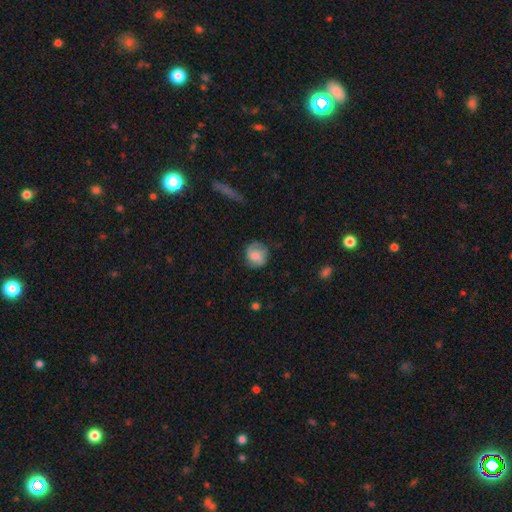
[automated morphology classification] Smooth or featured? smooth (58%)
How rounded? round (80%)
Merging? none (67%)